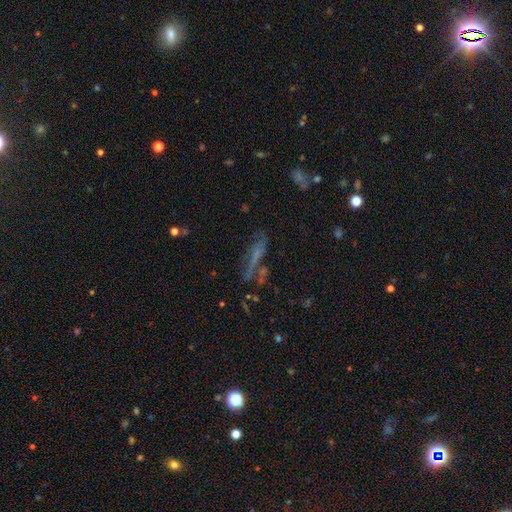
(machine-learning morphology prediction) Overall: featured or disk (44%; smooth 32%). Merging: none (52%; minor disturbance 19%).